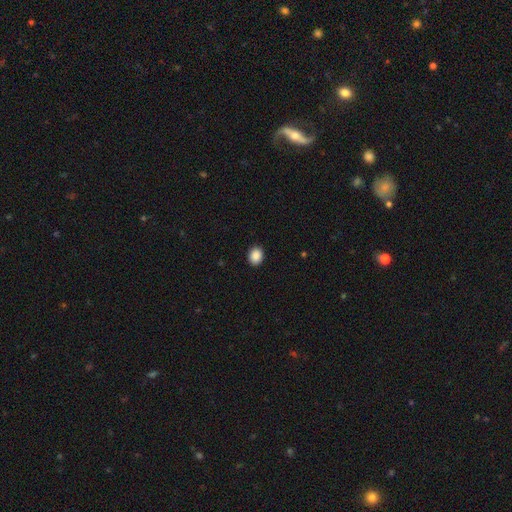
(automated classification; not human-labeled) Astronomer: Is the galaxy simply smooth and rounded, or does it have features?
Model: smooth — 89%.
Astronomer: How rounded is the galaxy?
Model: round — 50% (runner-up: in between, 49%).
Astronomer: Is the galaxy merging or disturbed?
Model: none — 91%.